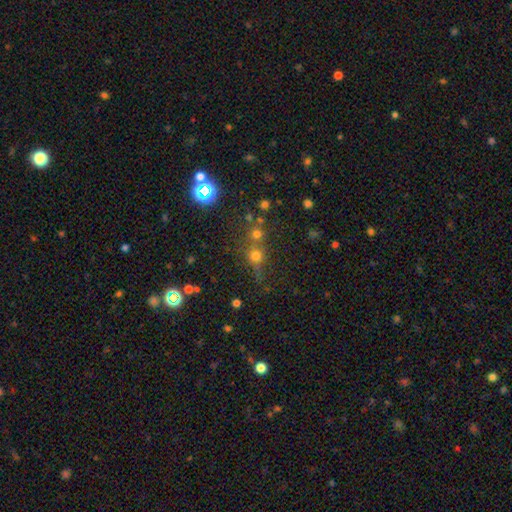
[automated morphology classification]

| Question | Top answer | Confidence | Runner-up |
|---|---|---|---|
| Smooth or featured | smooth | 57% | star or artifact (30%) |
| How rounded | round | 88% | in between (10%) |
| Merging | none | 56% | merger (27%) |